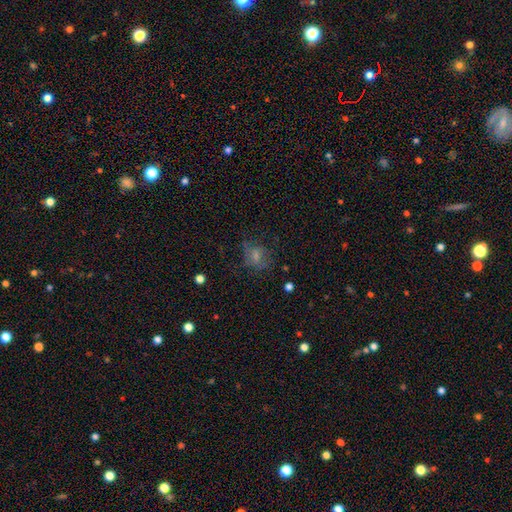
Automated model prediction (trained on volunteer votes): A smooth galaxy with no disk features (55%) that is round (51%).

Vote fractions:
- Smooth or featured? smooth: 55% / featured or disk: 29% / star or artifact: 16%
- How rounded? round: 51% / in between: 47% / cigar-shaped: 2%
- Merging? none: 53% / major disturbance: 23% / minor disturbance: 21% / merger: 2%